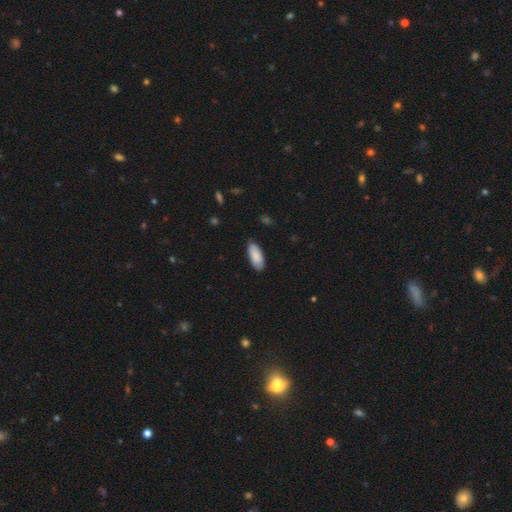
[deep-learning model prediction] The model was most divided on "how rounded": in between: 84%, cigar-shaped: 15%, round: 1%. More confident: smooth or featured — smooth (88%); merging — none (85%).